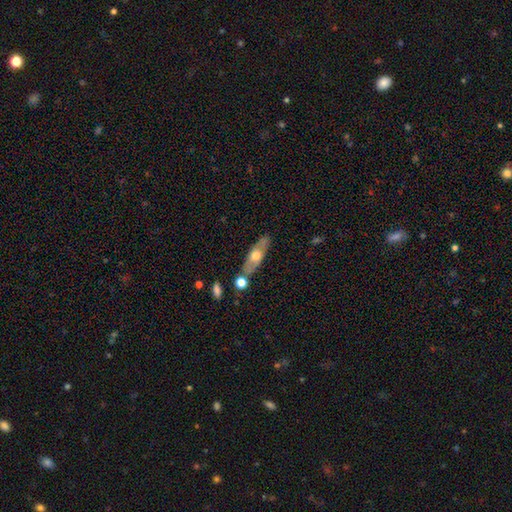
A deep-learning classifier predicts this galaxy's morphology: featured or disk 47% (tied), smooth 47% (tied), star or artifact 6%. Down the decision tree: merging — none (75%).